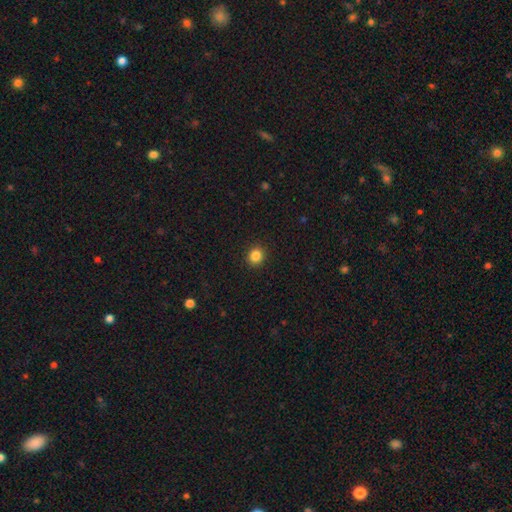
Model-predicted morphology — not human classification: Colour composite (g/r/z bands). It shows a smooth galaxy with no disk features (86%) that is round (84%). Merging: none (92%).